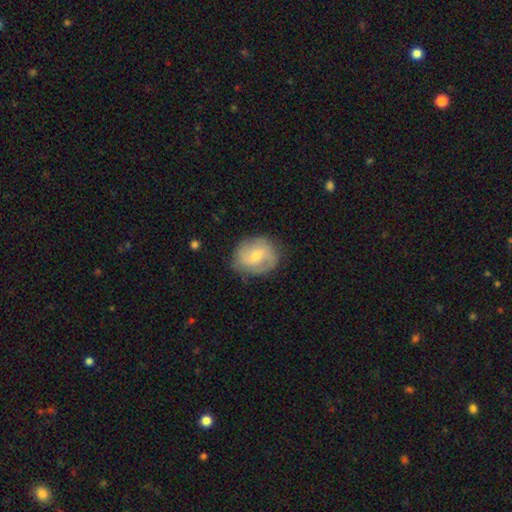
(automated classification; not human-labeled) smooth-or-featured: featured or disk: 56% | smooth: 38% | star or artifact: 6%
  disk-edge-on: no: 97% | yes: 3%
    bar: weak: 50% | no: 37% | strong: 12%
    has-spiral-arms: yes: 81% | no: 19%
    bulge-size: small: 47% (tied) | moderate: 47% (tied) | large: 2% | none: 2% | dominant: 1%
  merging: none: 74% | minor disturbance: 19% | major disturbance: 6% | merger: 1%